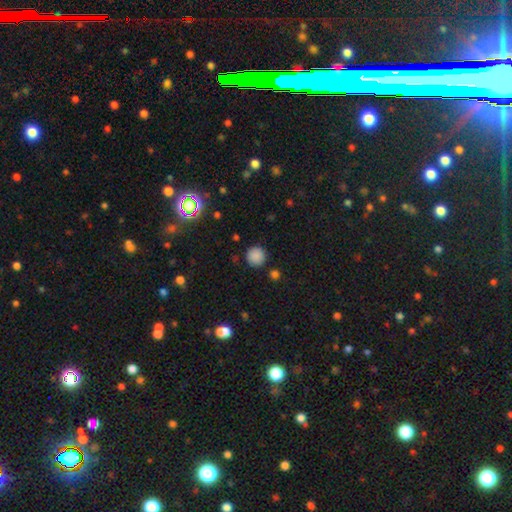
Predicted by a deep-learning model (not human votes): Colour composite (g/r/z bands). It shows a smooth galaxy with no disk features (84%) that is round (94%). Merging: none (87%).